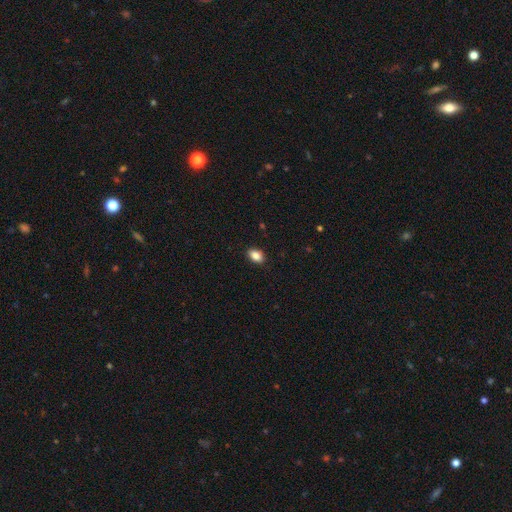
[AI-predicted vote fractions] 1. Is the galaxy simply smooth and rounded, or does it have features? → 85% smooth, 8% star or artifact, 6% featured or disk.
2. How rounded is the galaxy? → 85% in between, 14% round, 2% cigar-shaped.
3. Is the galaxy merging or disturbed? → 89% none, 9% minor disturbance, 2% major disturbance, 1% merger.